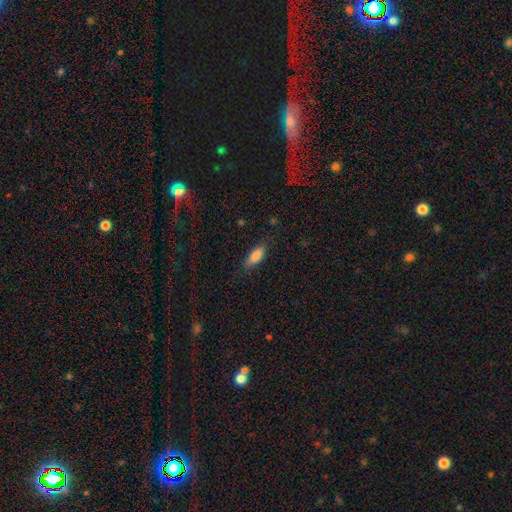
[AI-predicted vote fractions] This appears to be a smooth galaxy with no disk features (84%) that is in between round and cigar-shaped (68%). Merging: none (82%).